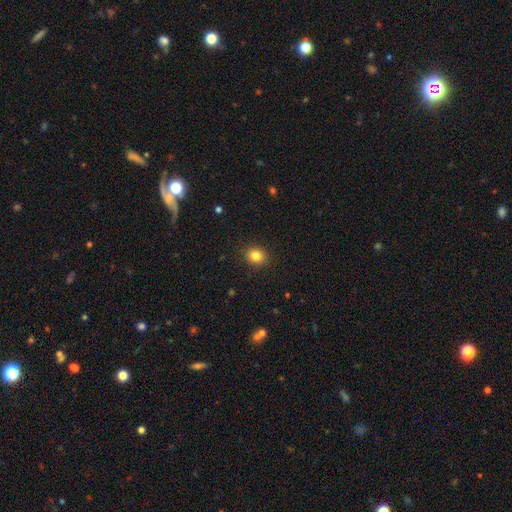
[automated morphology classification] Smooth or featured: smooth — 83% (star or artifact — 11%)
How rounded: round — 61% (in between — 38%)
Merging: none — 90% (minor disturbance — 7%)